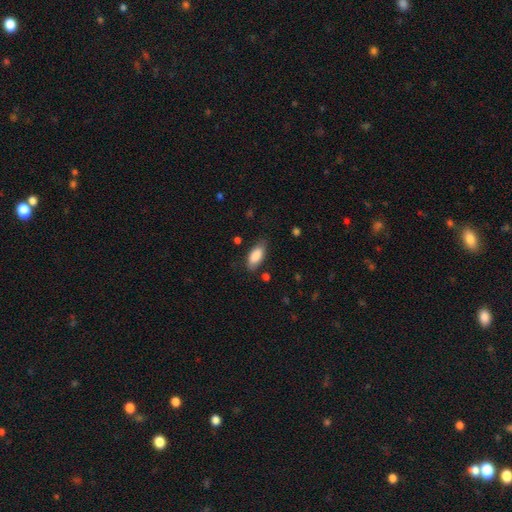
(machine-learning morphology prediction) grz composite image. It shows a smooth galaxy with no disk features (86%) that is in between round and cigar-shaped (87%). Merging: none (76%).